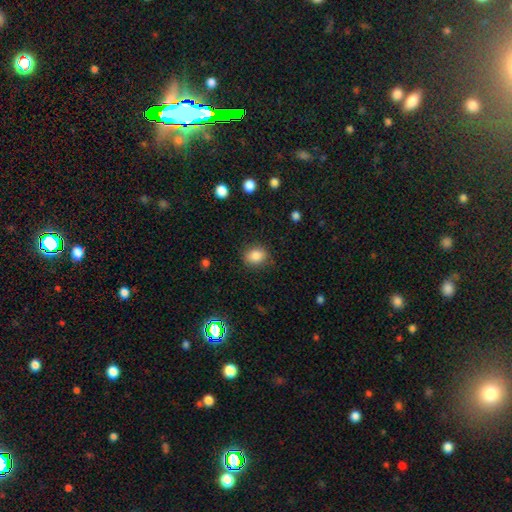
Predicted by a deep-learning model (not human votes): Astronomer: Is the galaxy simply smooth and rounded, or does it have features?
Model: smooth — 85%.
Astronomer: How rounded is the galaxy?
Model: in between — 54% (runner-up: round, 45%).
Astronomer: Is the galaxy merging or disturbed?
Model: none — 84%.